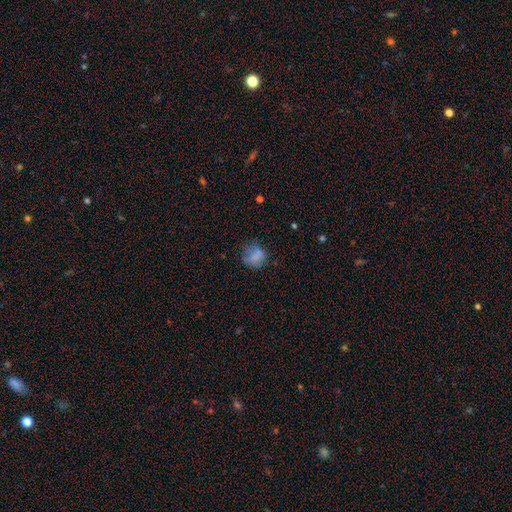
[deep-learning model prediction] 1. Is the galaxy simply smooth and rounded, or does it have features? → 72% smooth, 16% featured or disk, 12% star or artifact.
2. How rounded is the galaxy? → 71% round, 28% in between, 1% cigar-shaped.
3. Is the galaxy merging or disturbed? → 55% none, 26% minor disturbance, 16% major disturbance, 3% merger.